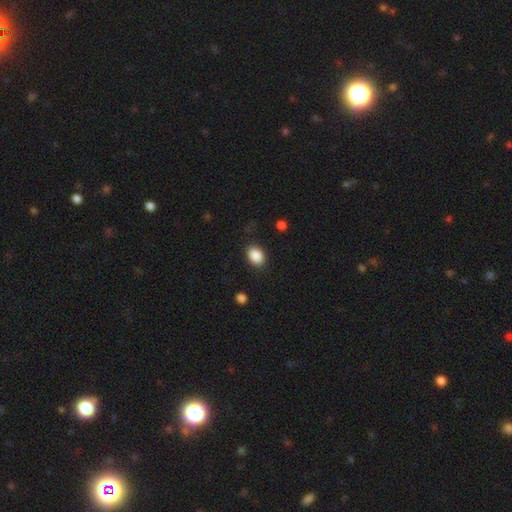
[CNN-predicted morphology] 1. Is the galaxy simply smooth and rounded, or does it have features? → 88% smooth, 8% star or artifact, 4% featured or disk.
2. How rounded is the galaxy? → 70% in between, 29% round, 1% cigar-shaped.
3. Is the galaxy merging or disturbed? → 86% none, 10% minor disturbance, 3% major disturbance, 1% merger.